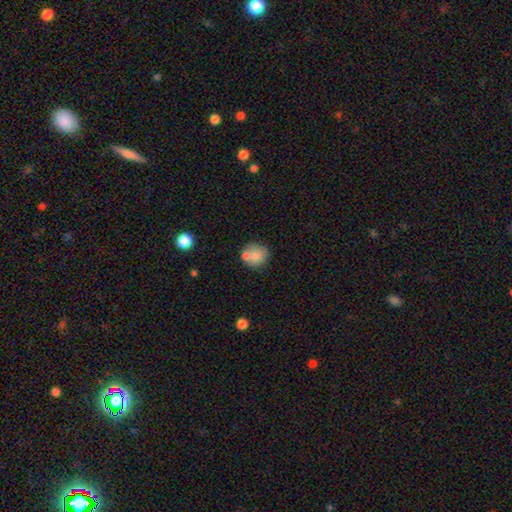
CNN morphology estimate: Smooth or featured?
  - smooth: 78% *
  - featured or disk: 13%
  - star or artifact: 9%
How rounded?
  - round: 88% *
  - in between: 11%
  - cigar-shaped: 1%
Merging?
  - none: 61% *
  - merger: 22%
  - minor disturbance: 13%
  - major disturbance: 4%